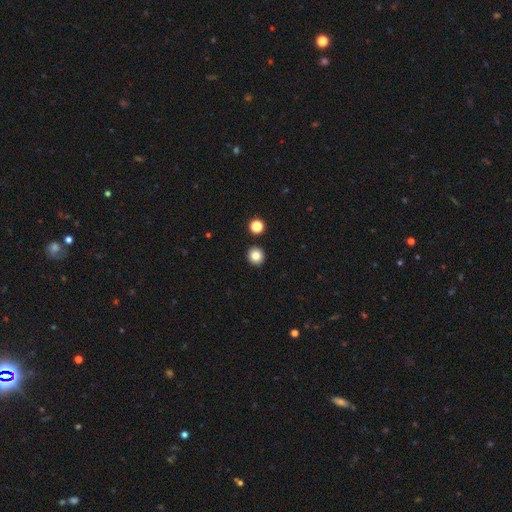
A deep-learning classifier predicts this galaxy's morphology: This is clearly a smooth galaxy (82%). How rounded: clearly round (92%). Merging: clearly none (91%).